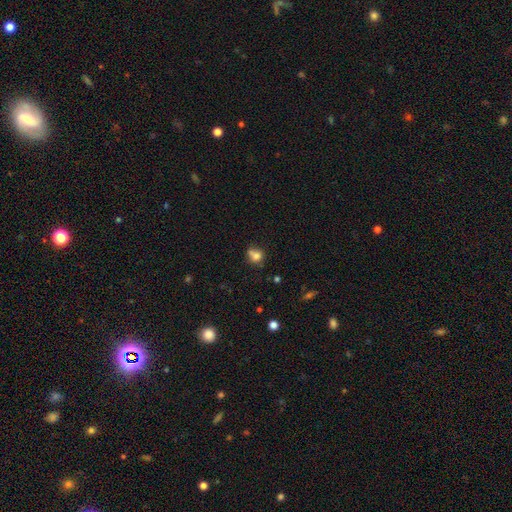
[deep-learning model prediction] A smooth galaxy with no disk features (75%) that is round (69%).

Vote fractions:
- Smooth or featured? smooth: 75% / star or artifact: 13% / featured or disk: 12%
- How rounded? round: 69% / in between: 30% / cigar-shaped: 1%
- Merging? none: 42% / merger: 32% / minor disturbance: 18% / major disturbance: 8%